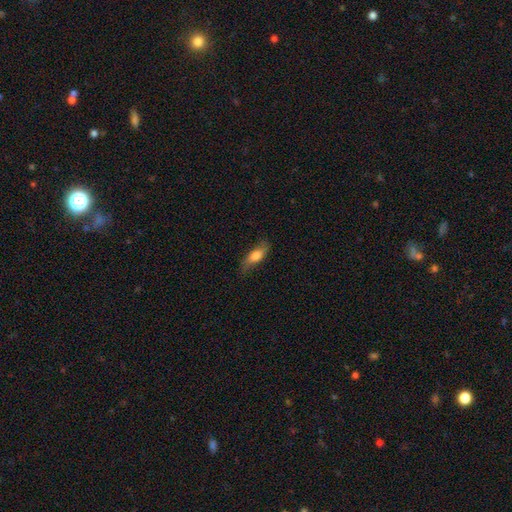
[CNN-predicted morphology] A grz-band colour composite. It shows a smooth galaxy with no disk features (67%) that is in between round and cigar-shaped (61%). Merging: none (73%).